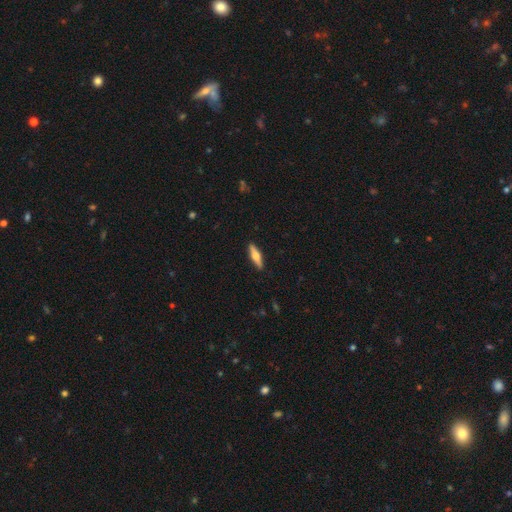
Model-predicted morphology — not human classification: A smooth galaxy with no disk features (49%).

Vote fractions:
- Smooth or featured? smooth: 49% / featured or disk: 45% / star or artifact: 6%
- Merging? none: 90% / minor disturbance: 7% / major disturbance: 2% / merger: 1%